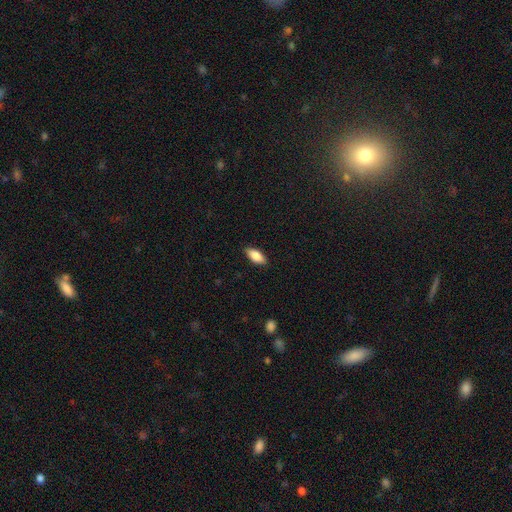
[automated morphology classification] Smooth or featured? smooth (81%)
How rounded? in between (84%)
Merging? none (87%)